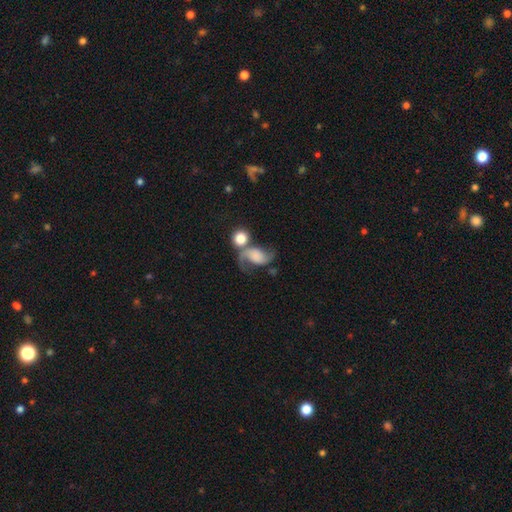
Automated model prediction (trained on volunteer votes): Smooth or featured? featured or disk (70%)
Edge-on disk? no (97%)
Bar? no (66%)
Spiral arms? yes (94%)
Spiral winding? loose (72%)
Spiral arm count? 2 (87%)
Bulge size? none (37%)
Merging? none (41%)